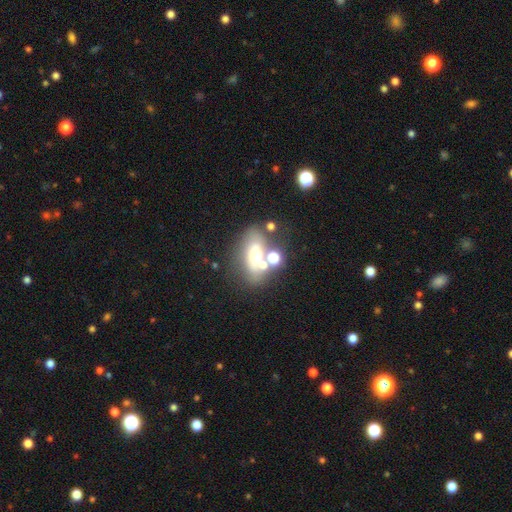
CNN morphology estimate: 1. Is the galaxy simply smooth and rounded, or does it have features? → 50% smooth, 34% featured or disk, 17% star or artifact.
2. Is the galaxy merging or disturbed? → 50% none, 26% merger, 15% minor disturbance, 10% major disturbance.